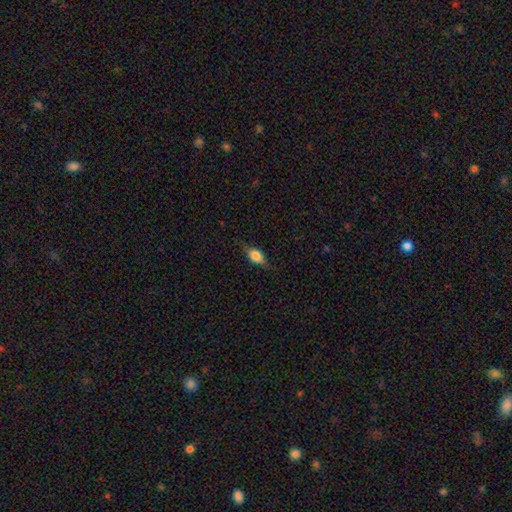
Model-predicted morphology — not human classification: This appears to be a smooth galaxy with no disk features (71%) that is in between round and cigar-shaped (78%). Merging: none (74%).